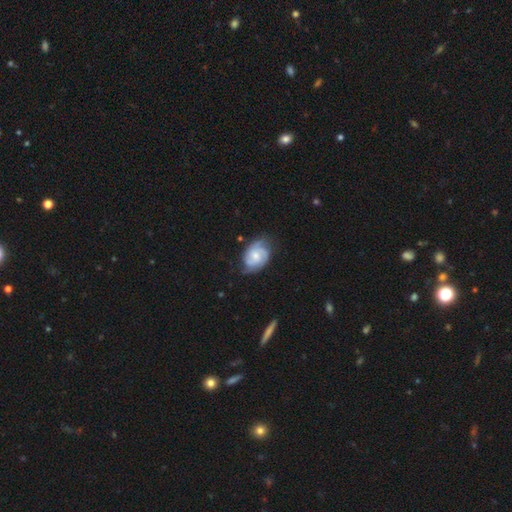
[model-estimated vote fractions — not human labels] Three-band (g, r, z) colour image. It shows a featured or disk galaxy (75%) with no bar (62%), 2 (51%) tight (51%) spiral arms (95%) and a small central bulge (48%). Merging: none (65%).